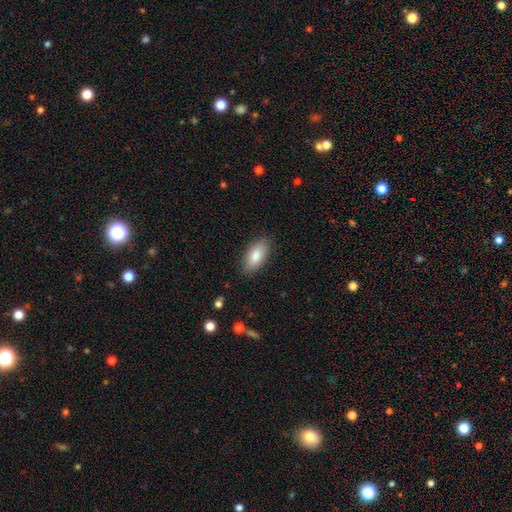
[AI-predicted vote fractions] smooth 83%, featured or disk 11%, star or artifact 6%. Down the decision tree: how rounded — in between (90%); merging — none (86%).